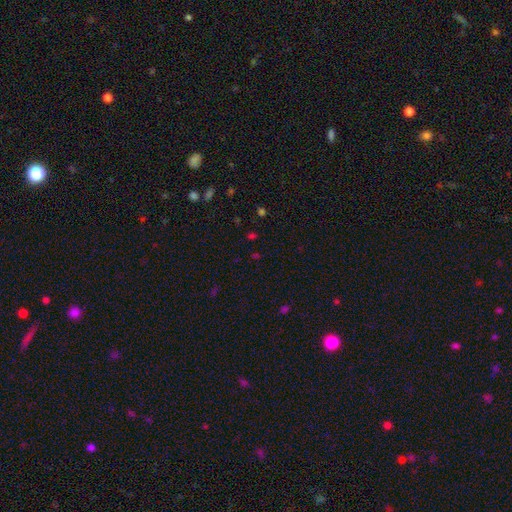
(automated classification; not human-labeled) The model was most divided on "smooth or featured": star or artifact: 57%, smooth: 36%, featured or disk: 7%.